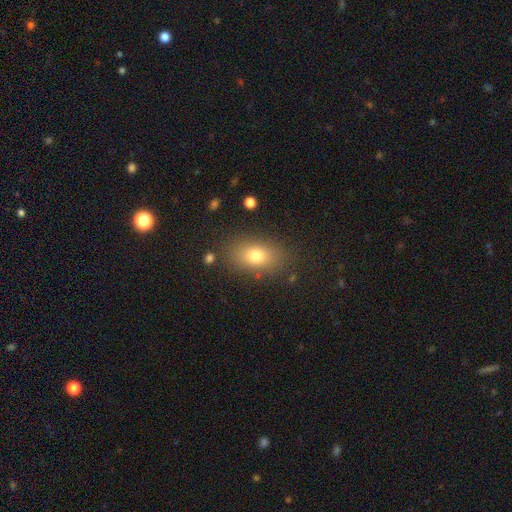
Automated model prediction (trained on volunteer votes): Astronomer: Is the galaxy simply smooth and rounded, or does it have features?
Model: smooth — 76%.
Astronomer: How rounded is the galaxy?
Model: in between — 82%.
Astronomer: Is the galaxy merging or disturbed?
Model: none — 83%.